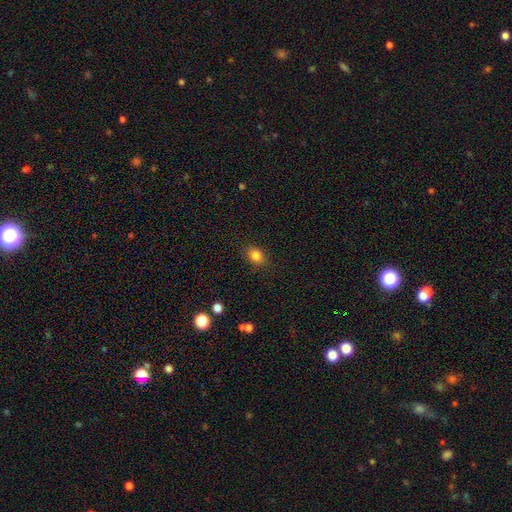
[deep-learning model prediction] smooth 83%, star or artifact 11%, featured or disk 6%. Down the decision tree: how rounded — in between (54%); merging — none (86%).